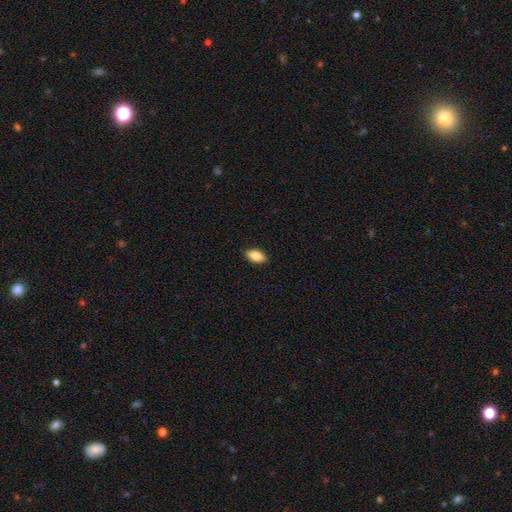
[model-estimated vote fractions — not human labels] A smooth galaxy with no disk features (82%) that is in between round and cigar-shaped (91%). Merging: none (89%).